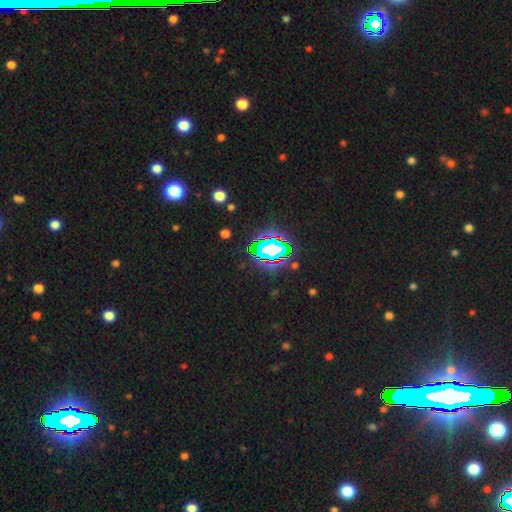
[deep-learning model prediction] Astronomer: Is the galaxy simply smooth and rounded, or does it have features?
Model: star or artifact — 82%.